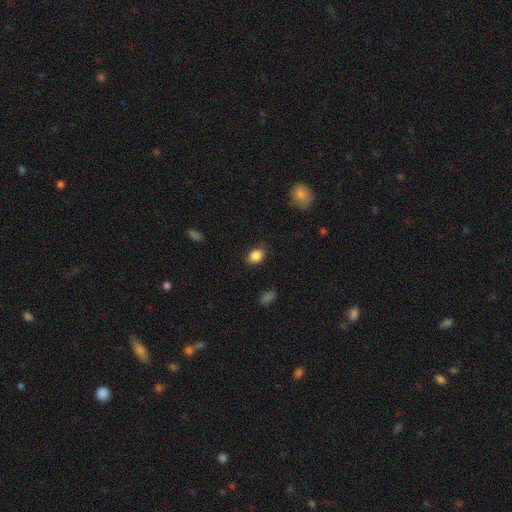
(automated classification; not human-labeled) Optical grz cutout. It shows a smooth galaxy with no disk features (86%) that is in between round and cigar-shaped (75%). Merging: none (75%).